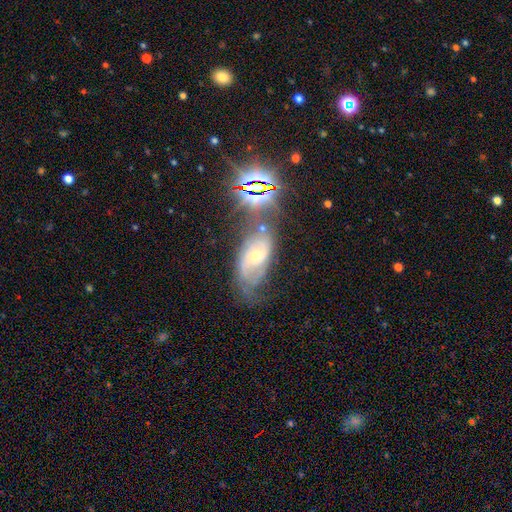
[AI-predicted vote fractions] smooth-or-featured: featured or disk: 69% | smooth: 17% | star or artifact: 15%
  disk-edge-on: no: 93% | yes: 7%
    bar: no: 56% | weak: 35% | strong: 9%
    has-spiral-arms: yes: 88% | no: 12%
      spiral-winding: medium: 44% | tight: 30% | loose: 26%
      spiral-arm-count: 2: 64% | can't tell: 23% | 3: 5% | 1: 5% | 4: 2% | more than 4: 2%
    bulge-size: small: 54% | moderate: 41% | large: 2% | none: 2% | dominant: 1%
  merging: none: 44% | minor disturbance: 27% | major disturbance: 18% | merger: 11%